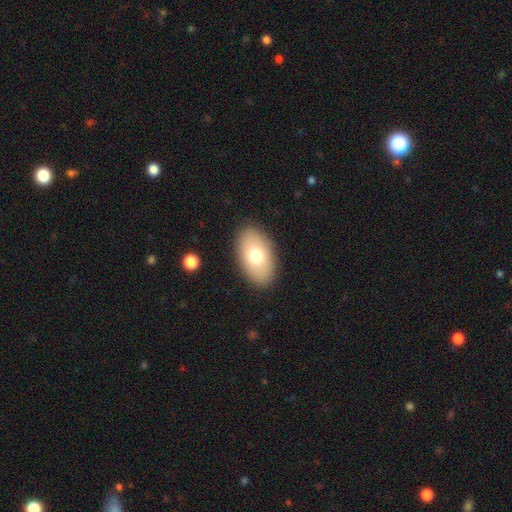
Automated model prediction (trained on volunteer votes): Smooth or featured?
  - smooth: 73% *
  - featured or disk: 19%
  - star or artifact: 8%
How rounded?
  - in between: 92% *
  - round: 7%
  - cigar-shaped: 1%
Merging?
  - none: 88% *
  - minor disturbance: 8%
  - major disturbance: 3%
  - merger: 1%